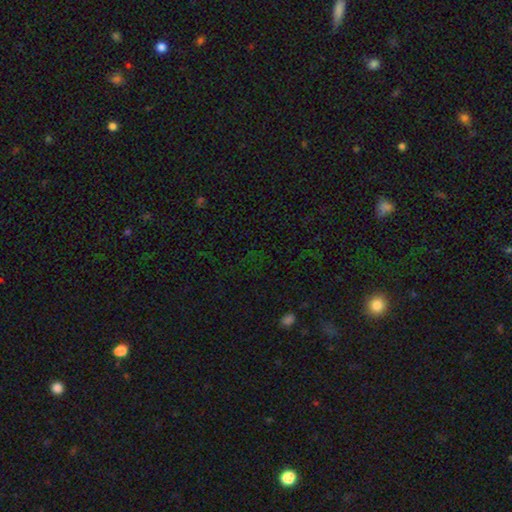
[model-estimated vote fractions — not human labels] This is likely a star or artifact rather than a galaxy (68%).